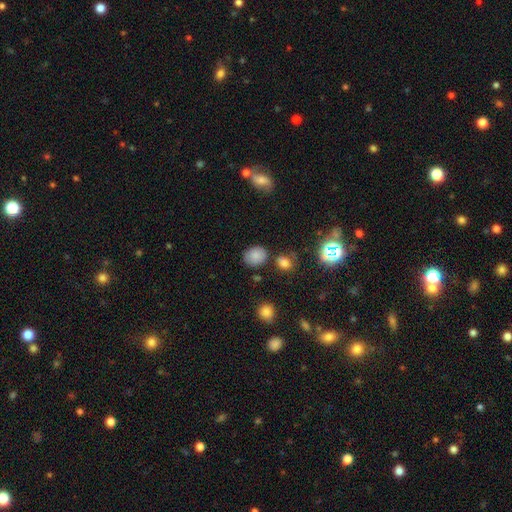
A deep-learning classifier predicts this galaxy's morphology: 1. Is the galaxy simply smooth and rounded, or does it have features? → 81% smooth, 13% star or artifact, 6% featured or disk.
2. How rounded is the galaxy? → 54% round, 45% in between, 1% cigar-shaped.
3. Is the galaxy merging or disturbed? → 76% none, 15% minor disturbance, 5% merger, 4% major disturbance.